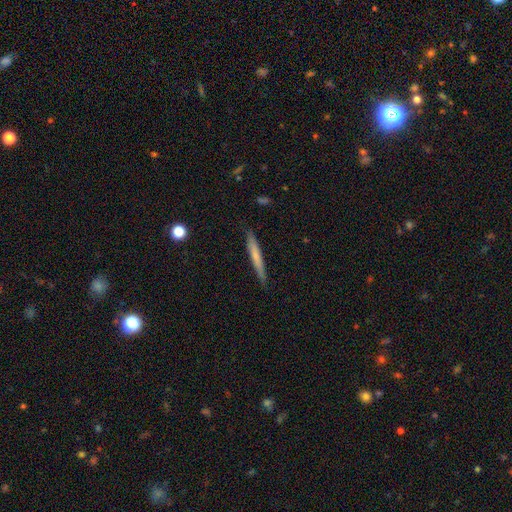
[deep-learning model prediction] smooth-or-featured: smooth: 63% | featured or disk: 31% | star or artifact: 6%
  how-rounded: cigar-shaped: 96% | in between: 3% | round: 1%
  merging: none: 88% | minor disturbance: 9% | major disturbance: 2% | merger: 1%